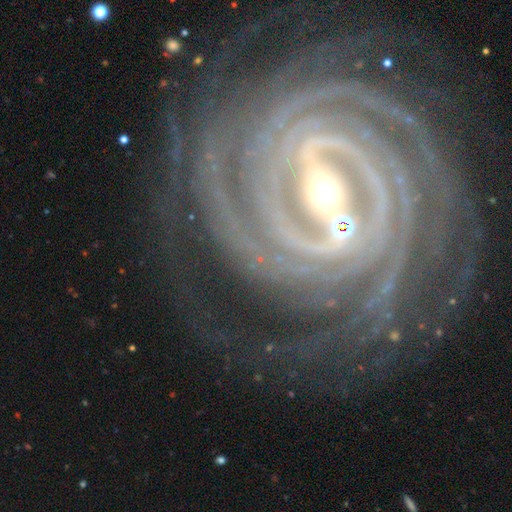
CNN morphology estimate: A featured or disk galaxy (93%) with a strong bar (62%), more than 4 (26%) tight (86%) spiral arms (99%) and a small central bulge (56%).

Vote fractions:
- Smooth or featured? featured or disk: 93% / star or artifact: 5% / smooth: 2%
- Edge-on disk? no: 97% / yes: 3%
- Bar? strong: 62% / weak: 25% / no: 13%
- Spiral arms? yes: 99% / no: 1%
- Spiral winding? tight: 86% / medium: 12% / loose: 2%
- Spiral arm count? more than 4: 26% / 4: 23% / 3: 16% / 2: 14% / can't tell: 13% / 1: 8%
- Bulge size? small: 56% / moderate: 40% / large: 2% / none: 1% / dominant: 1%
- Merging? none: 75% / minor disturbance: 14% / major disturbance: 8% / merger: 3%